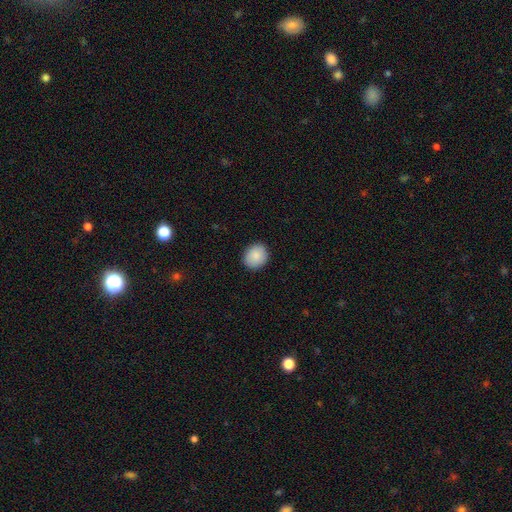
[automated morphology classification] Overall: smooth (89%). How rounded: round (63%; in between 36%). Merging: none (89%).